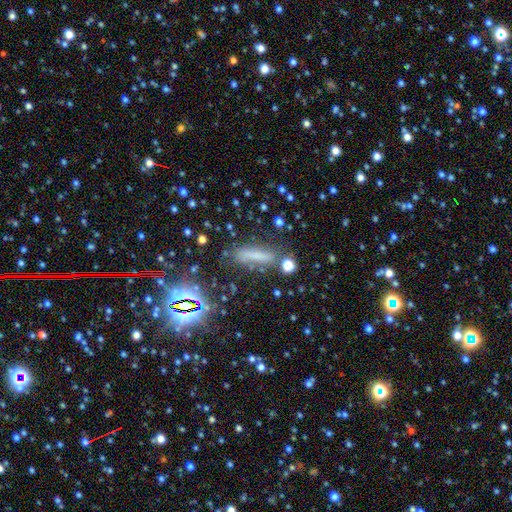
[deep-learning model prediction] smooth 53%, star or artifact 28%, featured or disk 19%. Down the decision tree: how rounded — cigar-shaped (72%); merging — none (65%).